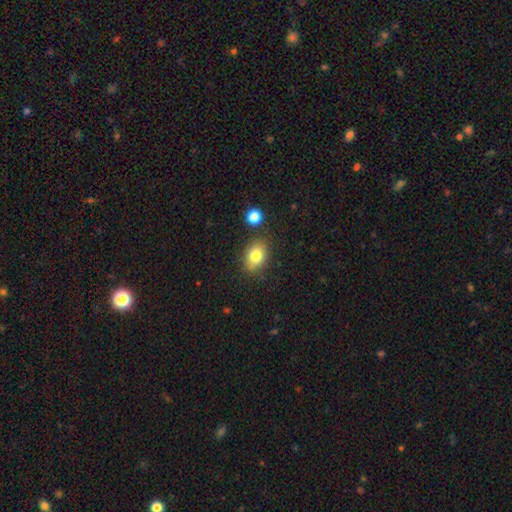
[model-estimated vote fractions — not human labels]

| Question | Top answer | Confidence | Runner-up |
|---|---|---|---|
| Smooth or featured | smooth | 81% | star or artifact (10%) |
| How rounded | in between | 59% | round (40%) |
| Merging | none | 76% | minor disturbance (14%) |